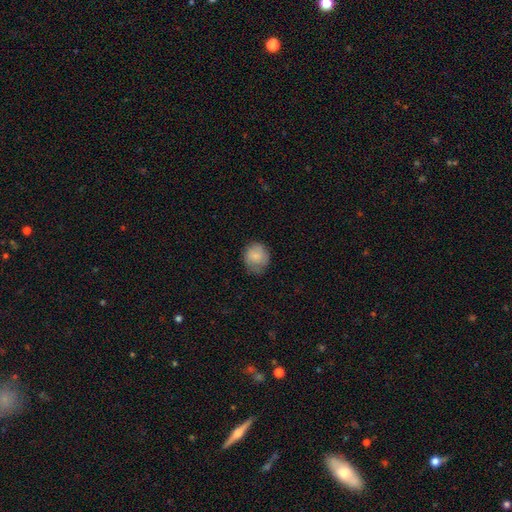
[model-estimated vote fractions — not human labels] Smooth or featured? smooth (82%)
How rounded? round (76%)
Merging? none (69%)